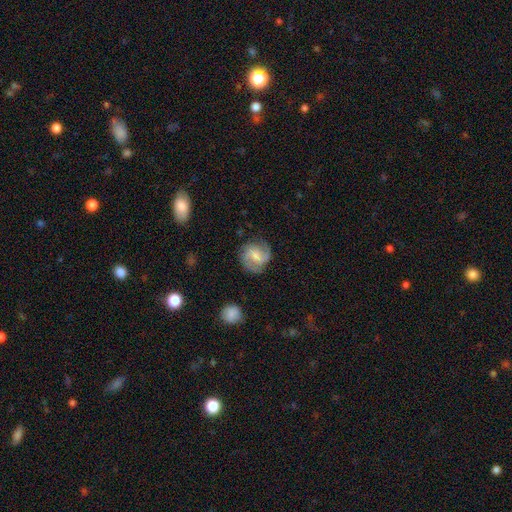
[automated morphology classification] Overall: featured or disk (75%). Edge-on disk: no (98%). Bar: weak (53%; no 32%). Spiral arms: yes (95%). Spiral arm count: 2 (72%). Spiral winding: medium (51%; loose 26%). Bulge size: small (52%; moderate 36%). Merging: none (77%).